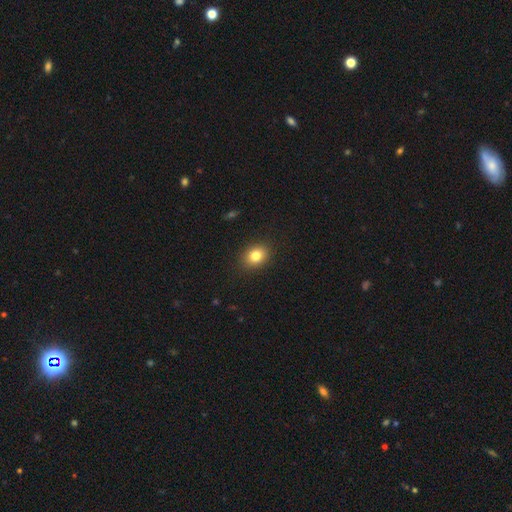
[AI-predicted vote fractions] This appears to be a smooth galaxy with no disk features (82%) that is in between round and cigar-shaped (56%). Merging: none (89%).